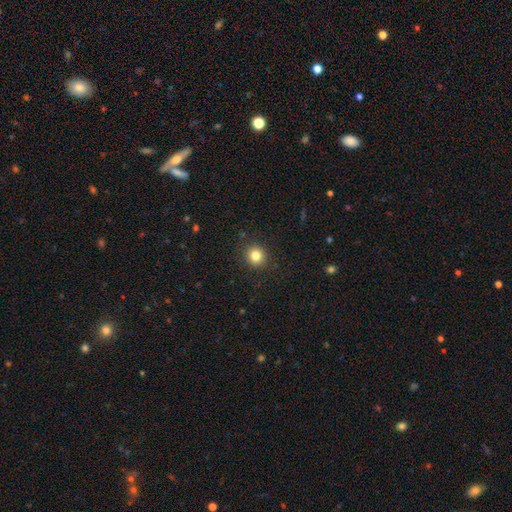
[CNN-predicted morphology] Smooth or featured? Predicted: smooth (p=0.82). How rounded? Predicted: round (p=0.88). Merging? Predicted: none (p=0.90).